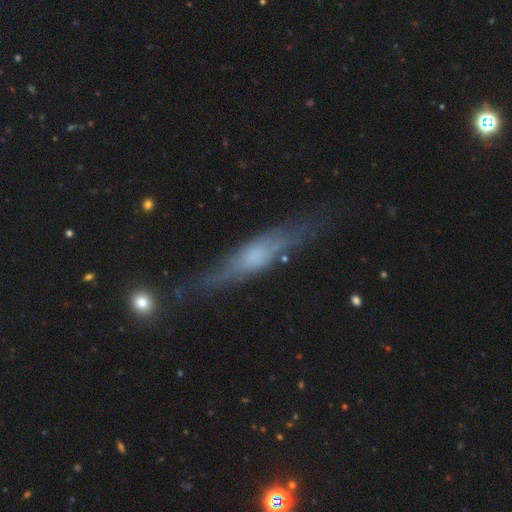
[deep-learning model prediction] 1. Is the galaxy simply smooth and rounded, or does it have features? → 62% featured or disk, 30% smooth, 8% star or artifact.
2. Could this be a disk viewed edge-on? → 84% yes, 16% no.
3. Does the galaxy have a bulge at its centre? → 52% rounded, 26% boxy, 23% none.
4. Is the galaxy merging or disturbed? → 68% none, 21% minor disturbance, 8% major disturbance, 3% merger.